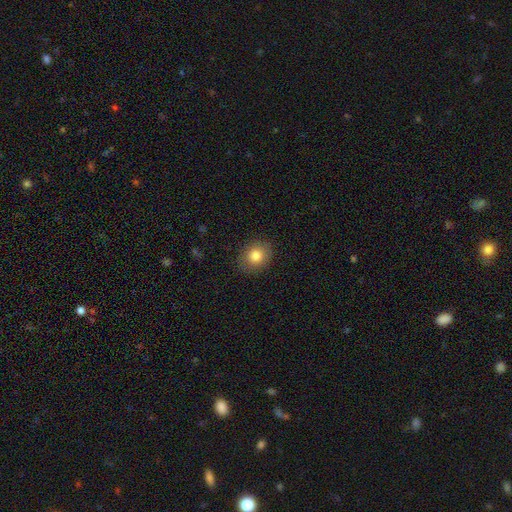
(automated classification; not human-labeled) This is clearly a smooth galaxy (82%). How rounded: possibly round (59%). Merging: clearly none (88%).